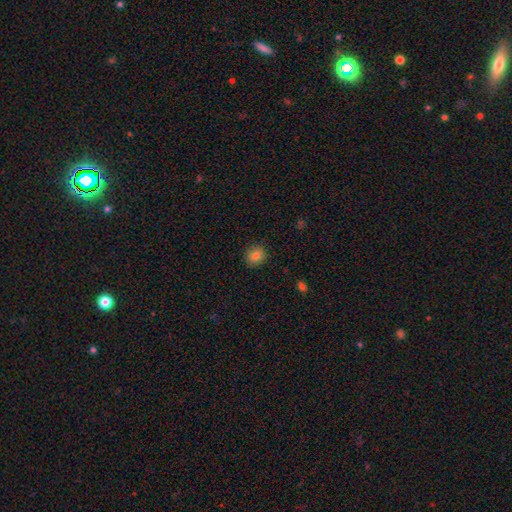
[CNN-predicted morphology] smooth-or-featured: smooth: 82% | star or artifact: 11% | featured or disk: 7%
  how-rounded: round: 82% | in between: 17% | cigar-shaped: 1%
  merging: none: 89% | minor disturbance: 8% | major disturbance: 2% | merger: 1%